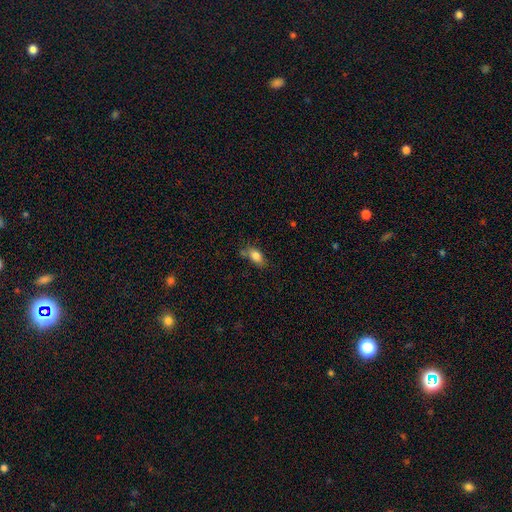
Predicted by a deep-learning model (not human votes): Smooth or featured?
  - smooth: 82% *
  - featured or disk: 9%
  - star or artifact: 9%
How rounded?
  - in between: 86% *
  - round: 8%
  - cigar-shaped: 6%
Merging?
  - none: 62% *
  - minor disturbance: 24%
  - merger: 7%
  - major disturbance: 7%